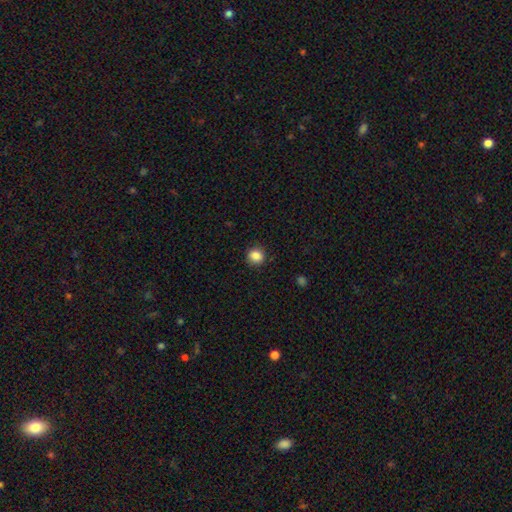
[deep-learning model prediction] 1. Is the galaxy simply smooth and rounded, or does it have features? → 86% smooth, 10% star or artifact, 4% featured or disk.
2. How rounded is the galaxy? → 77% round, 22% in between, 1% cigar-shaped.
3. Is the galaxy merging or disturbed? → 88% none, 8% minor disturbance, 2% major disturbance, 1% merger.